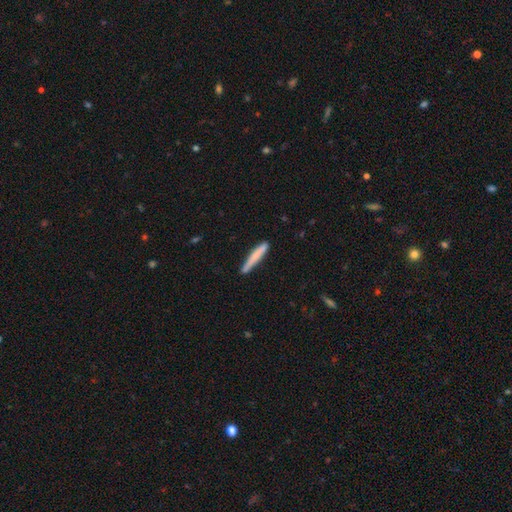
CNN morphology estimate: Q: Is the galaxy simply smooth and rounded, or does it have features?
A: smooth — 72%.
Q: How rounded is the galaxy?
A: cigar-shaped — 95%.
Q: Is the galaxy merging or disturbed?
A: none — 80%.